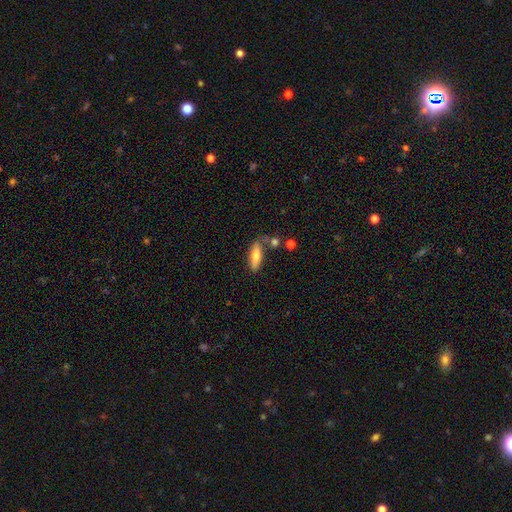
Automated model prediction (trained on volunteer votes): A smooth galaxy with no disk features (68%) that is cigar-shaped (51%). Merging: none (66%).